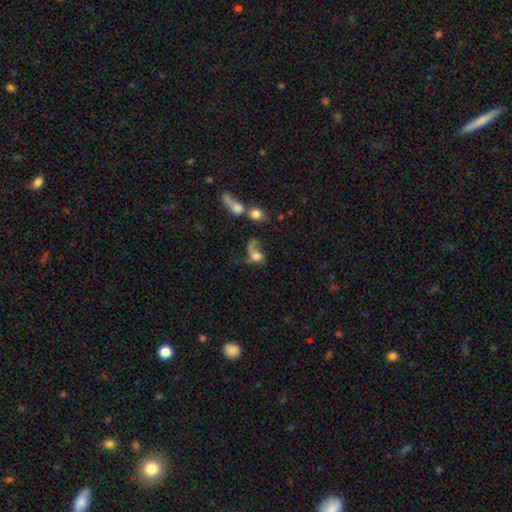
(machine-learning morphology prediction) Smooth or featured?
  - smooth: 46% *
  - featured or disk: 41%
  - star or artifact: 14%
Merging?
  - major disturbance: 38% *
  - merger: 27%
  - none: 22%
  - minor disturbance: 13%